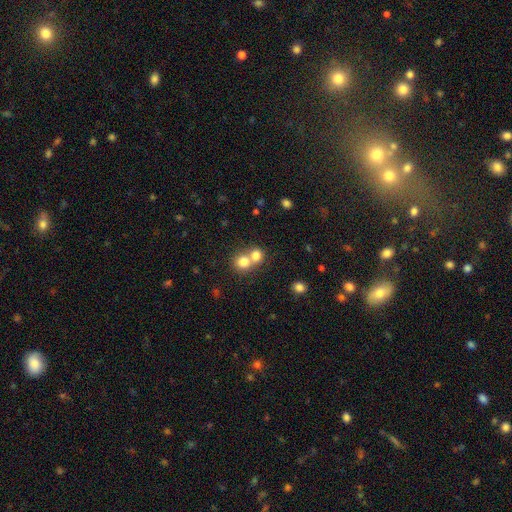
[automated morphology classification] This is likely a smooth galaxy (78%). How rounded: clearly round (80%). Merging: possibly merger (58%).